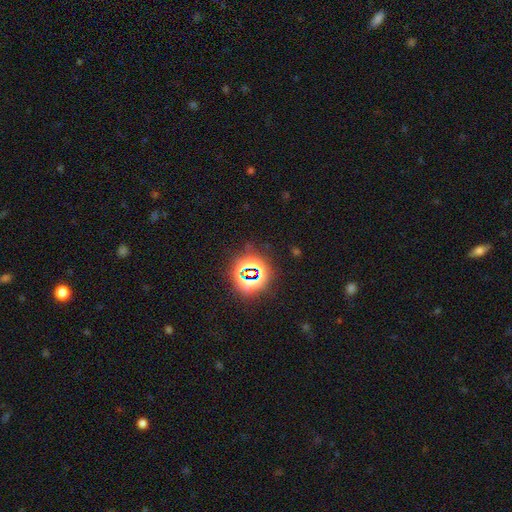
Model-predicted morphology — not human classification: Smooth or featured?
  - star or artifact: 78% *
  - smooth: 14%
  - featured or disk: 8%